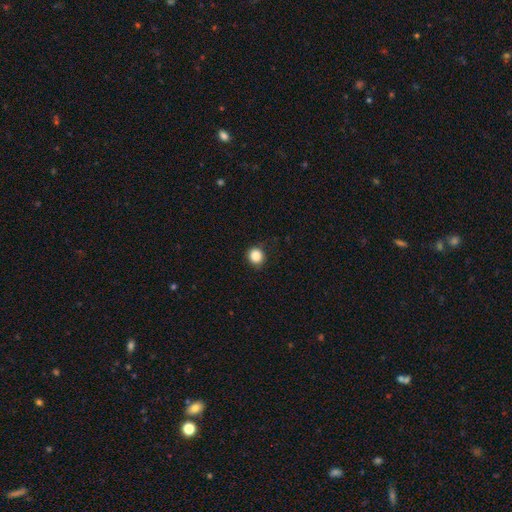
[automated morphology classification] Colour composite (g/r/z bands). It shows a smooth galaxy with no disk features (87%) that is round (90%). Merging: none (86%).